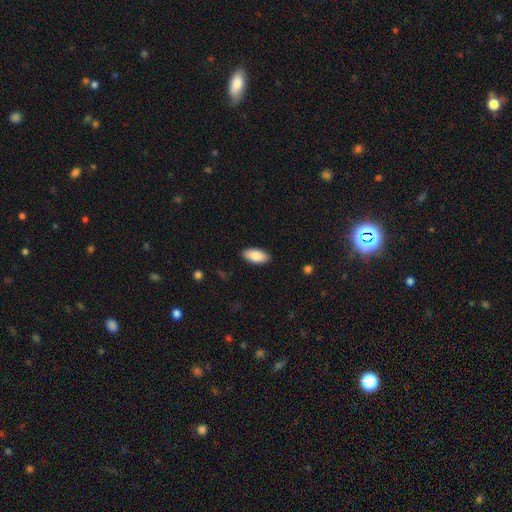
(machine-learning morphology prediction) smooth 87%, featured or disk 7%, star or artifact 6%. Down the decision tree: how rounded — in between (94%); merging — none (89%).